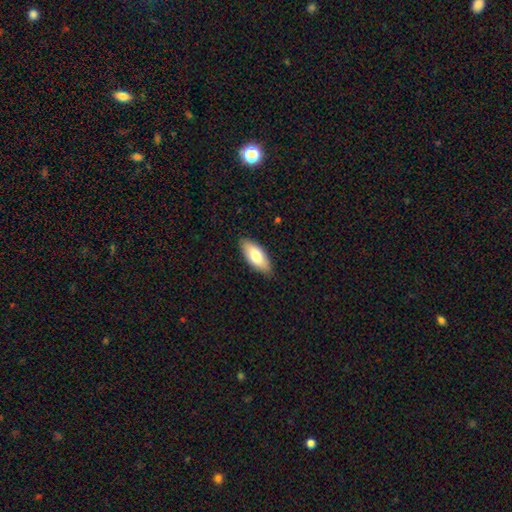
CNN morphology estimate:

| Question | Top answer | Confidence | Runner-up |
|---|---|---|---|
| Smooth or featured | smooth | 77% | featured or disk (17%) |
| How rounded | in between | 83% | cigar-shaped (15%) |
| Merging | none | 86% | minor disturbance (11%) |